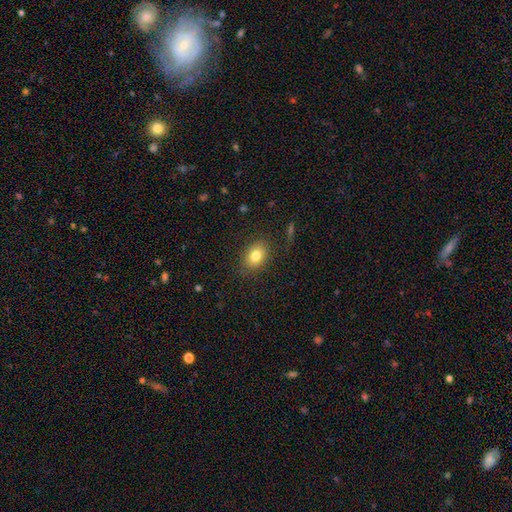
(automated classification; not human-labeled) Smooth or featured? smooth (80%)
How rounded? in between (72%)
Merging? none (85%)